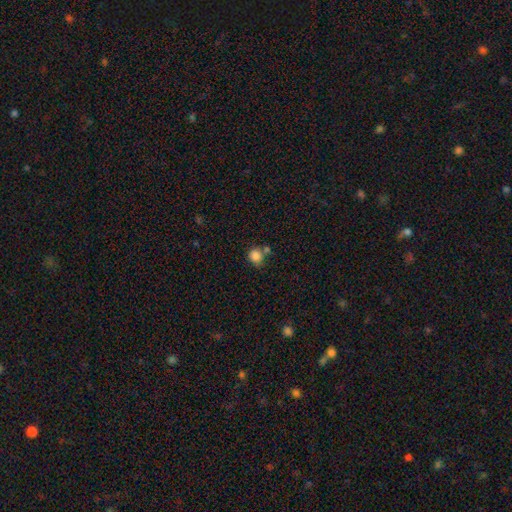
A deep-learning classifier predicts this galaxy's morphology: Smooth or featured: smooth — 85% (star or artifact — 10%)
How rounded: round — 76% (in between — 23%)
Merging: none — 57% (merger — 22%)